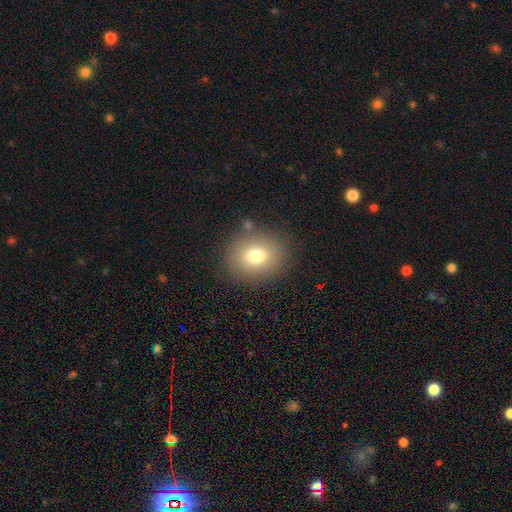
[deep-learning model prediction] smooth-or-featured: smooth: 74% | featured or disk: 14% | star or artifact: 12%
  how-rounded: round: 55% | in between: 44% | cigar-shaped: 1%
  merging: none: 83% | minor disturbance: 10% | major disturbance: 4% | merger: 3%